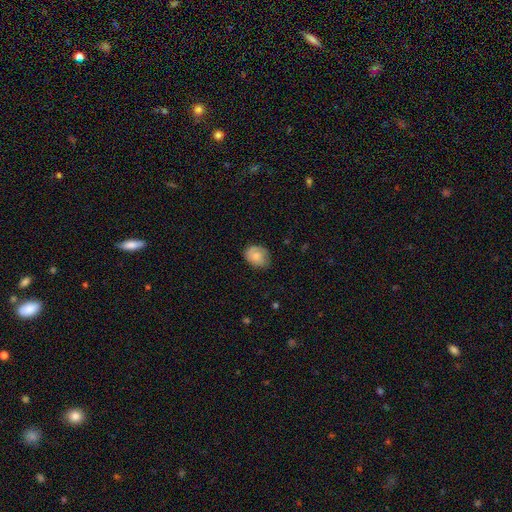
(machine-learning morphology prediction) Smooth or featured? smooth (75%)
How rounded? in between (56%)
Merging? none (70%)